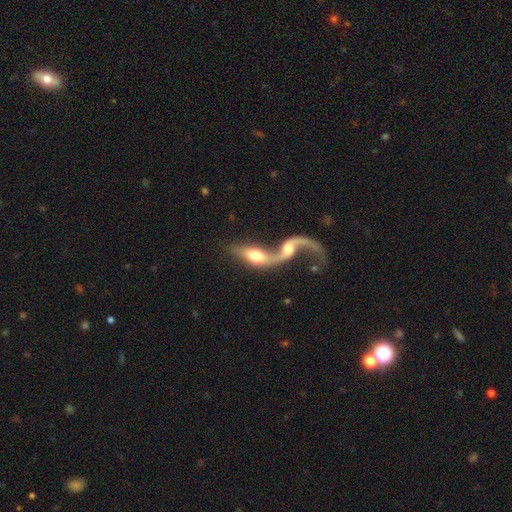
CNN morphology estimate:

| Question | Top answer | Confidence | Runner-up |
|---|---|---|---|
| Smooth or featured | featured or disk | 54% | smooth (39%) |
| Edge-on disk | no | 76% | yes (24%) |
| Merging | merger | 74% | none (13%) |